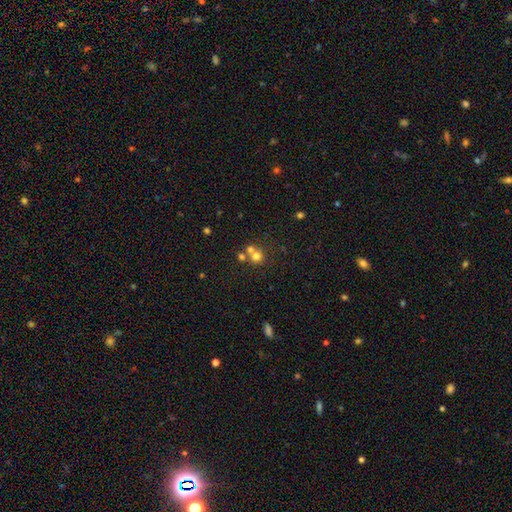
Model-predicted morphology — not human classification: Smooth or featured? smooth (67%)
How rounded? round (87%)
Merging? none (47%)